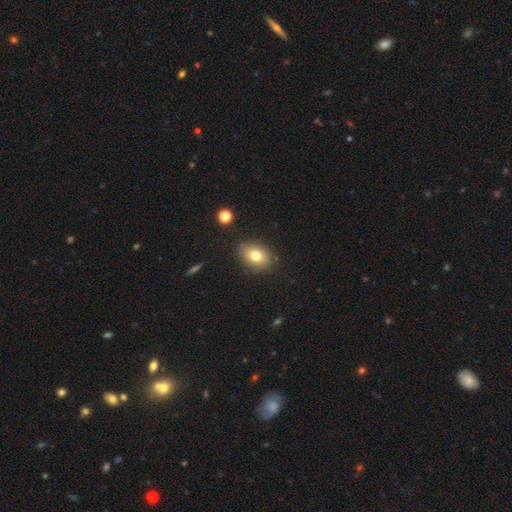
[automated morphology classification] A smooth galaxy with no disk features (79%) that is in between round and cigar-shaped (75%).

Vote fractions:
- Smooth or featured? smooth: 79% / featured or disk: 11% / star or artifact: 10%
- How rounded? in between: 75% / round: 24% / cigar-shaped: 1%
- Merging? none: 83% / minor disturbance: 12% / major disturbance: 3% / merger: 2%